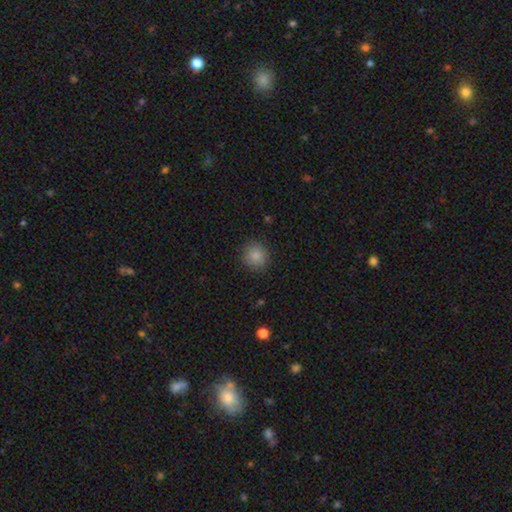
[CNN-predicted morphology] Smooth or featured? Predicted: smooth (p=0.86). How rounded? Predicted: round (p=0.90). Merging? Predicted: none (p=0.88).